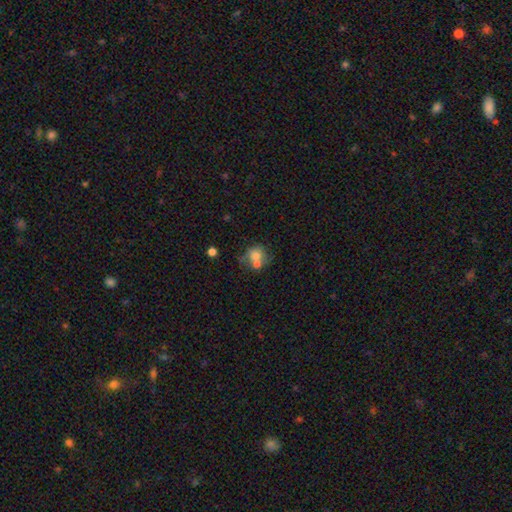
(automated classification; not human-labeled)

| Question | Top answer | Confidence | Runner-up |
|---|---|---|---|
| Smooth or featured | smooth | 69% | featured or disk (21%) |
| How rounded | round | 74% | in between (25%) |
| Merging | merger | 43% | none (36%) |